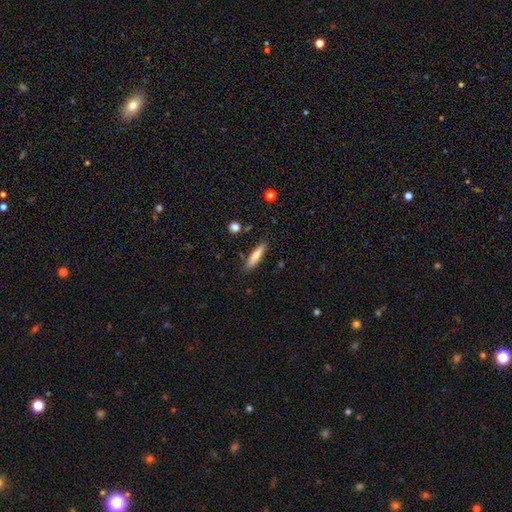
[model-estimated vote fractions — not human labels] smooth 78%, featured or disk 16%, star or artifact 6%. Down the decision tree: how rounded — cigar-shaped (80%); merging — none (85%).